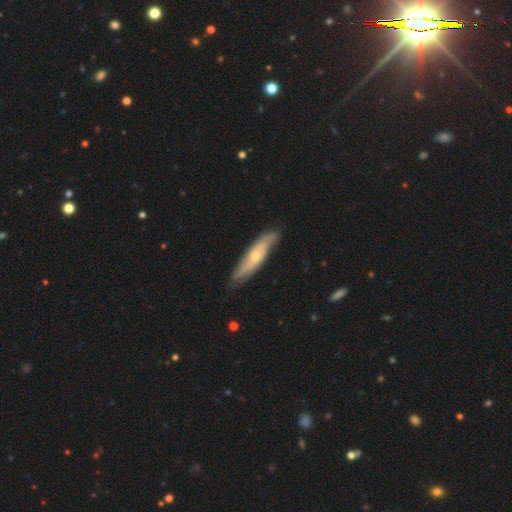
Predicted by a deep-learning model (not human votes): Overall: featured or disk (57%; smooth 38%). Edge-on disk: no (53%; yes 47%). Merging: none (77%).